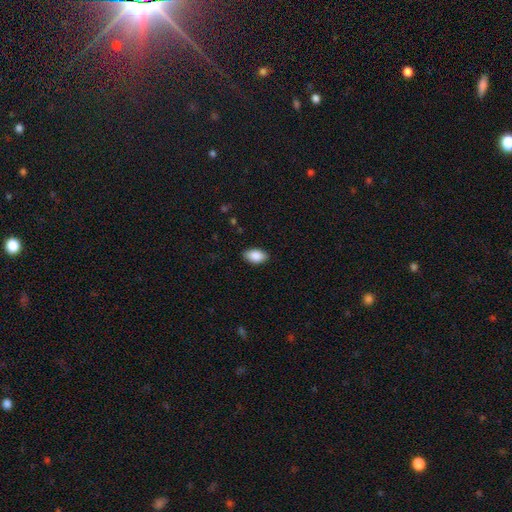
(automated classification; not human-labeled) Overall: smooth (88%). How rounded: in between (93%). Merging: none (87%).